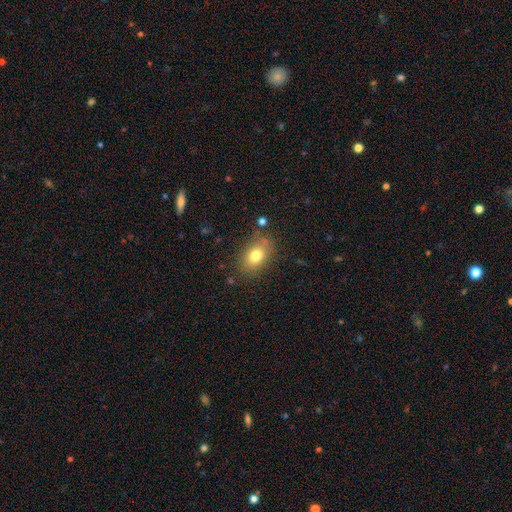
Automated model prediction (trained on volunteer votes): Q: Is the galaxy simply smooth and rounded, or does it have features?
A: smooth — 77%.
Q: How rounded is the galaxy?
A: in between — 80%.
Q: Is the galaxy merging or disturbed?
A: none — 78%.